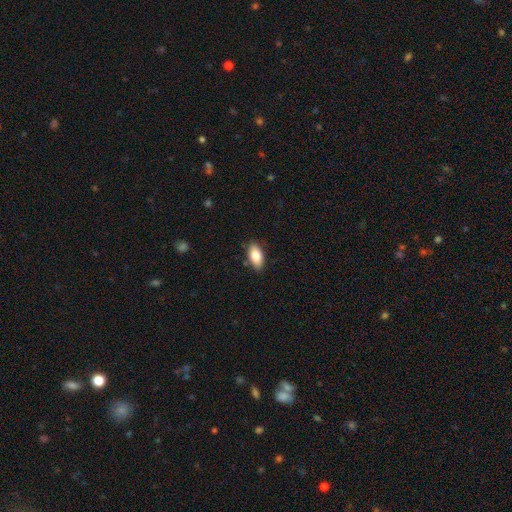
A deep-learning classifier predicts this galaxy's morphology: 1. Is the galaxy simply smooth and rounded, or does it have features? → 84% smooth, 9% featured or disk, 7% star or artifact.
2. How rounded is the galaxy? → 91% in between, 6% cigar-shaped, 3% round.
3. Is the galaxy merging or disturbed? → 84% none, 12% minor disturbance, 2% major disturbance, 1% merger.